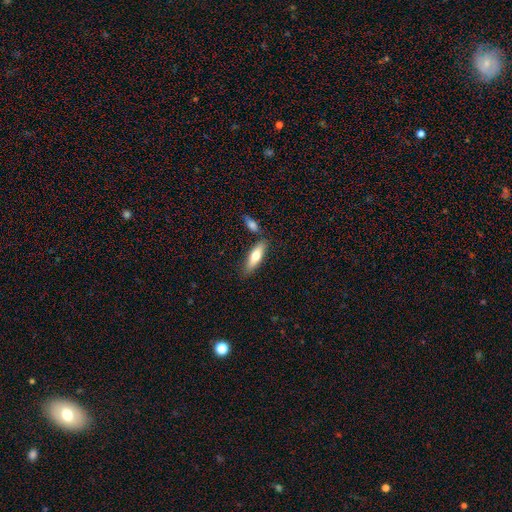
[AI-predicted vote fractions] Q: Smooth or featured?
A: smooth (71%); runner-up: featured or disk (24%)
Q: How rounded?
A: in between (51%); runner-up: cigar-shaped (47%)
Q: Merging?
A: none (77%); runner-up: minor disturbance (11%)